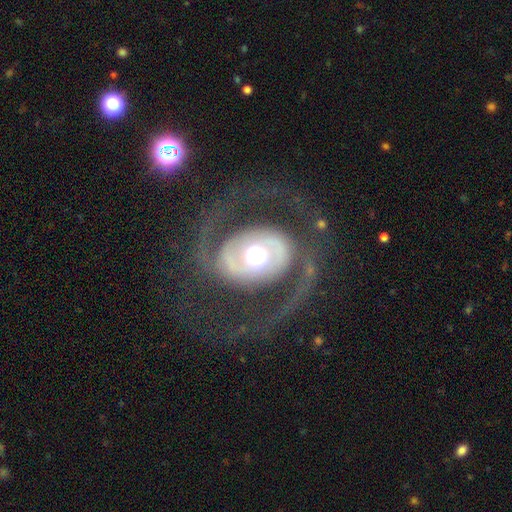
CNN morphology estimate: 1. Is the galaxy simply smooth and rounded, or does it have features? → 83% featured or disk, 12% smooth, 5% star or artifact.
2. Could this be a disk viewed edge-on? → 96% no, 4% yes.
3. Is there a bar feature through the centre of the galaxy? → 63% no, 22% weak, 16% strong.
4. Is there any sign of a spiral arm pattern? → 81% yes, 19% no.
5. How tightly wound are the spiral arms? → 46% medium, 31% loose, 23% tight.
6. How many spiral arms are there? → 90% 2, 4% can't tell, 2% 1, 1% 3, 1% 4, 1% more than 4.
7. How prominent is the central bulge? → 54% moderate, 33% large, 7% dominant, 4% small, 1% none.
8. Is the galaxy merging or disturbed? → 73% none, 15% major disturbance, 10% minor disturbance, 2% merger.